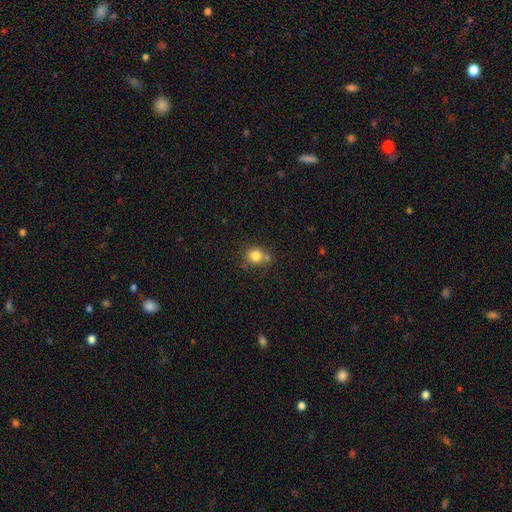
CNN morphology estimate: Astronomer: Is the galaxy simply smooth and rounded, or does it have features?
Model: smooth — 81%.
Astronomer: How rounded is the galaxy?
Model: round — 78%.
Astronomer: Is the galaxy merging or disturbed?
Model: none — 59%.